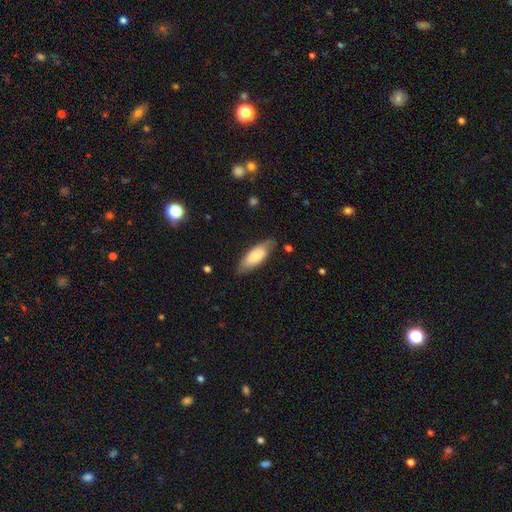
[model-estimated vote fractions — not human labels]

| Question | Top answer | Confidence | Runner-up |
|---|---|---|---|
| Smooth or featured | smooth | 66% | featured or disk (28%) |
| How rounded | in between | 74% | cigar-shaped (24%) |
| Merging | none | 73% | minor disturbance (21%) |